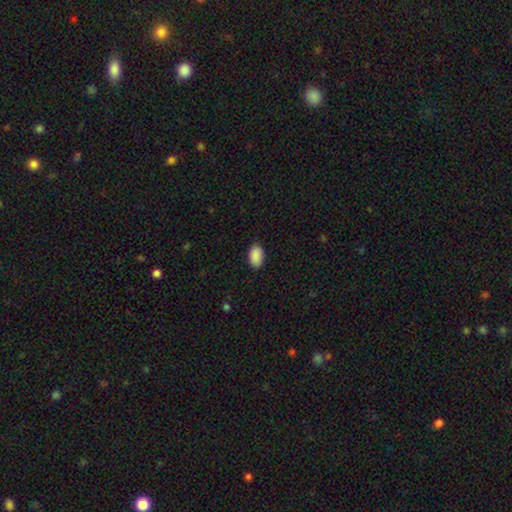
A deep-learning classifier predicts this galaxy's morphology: Smooth or featured?
  - smooth: 91% *
  - star or artifact: 7%
  - featured or disk: 3%
How rounded?
  - in between: 92% *
  - round: 6%
  - cigar-shaped: 1%
Merging?
  - none: 87% *
  - minor disturbance: 10%
  - major disturbance: 2%
  - merger: 1%